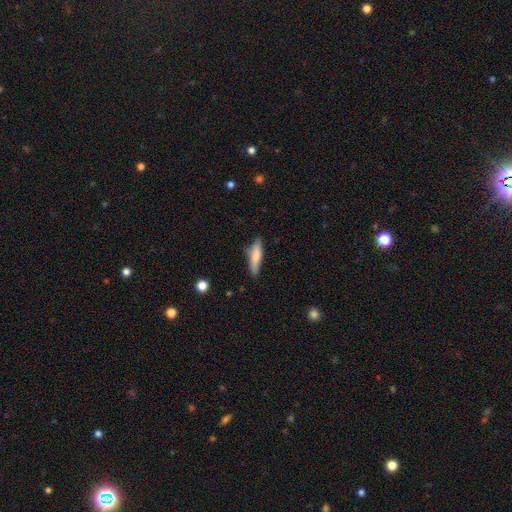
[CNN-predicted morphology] Smooth or featured? smooth (77%)
How rounded? cigar-shaped (70%)
Merging? none (78%)